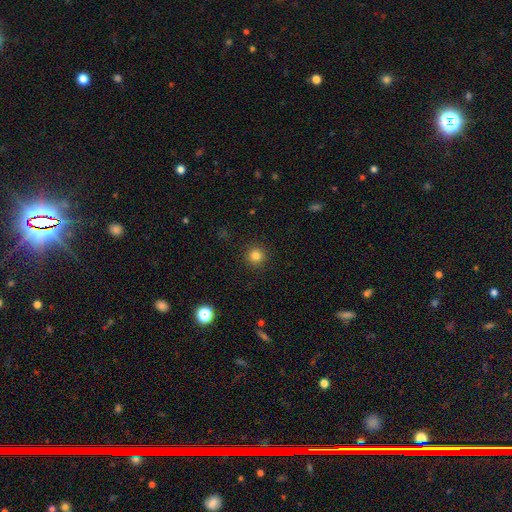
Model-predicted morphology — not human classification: Overall: smooth (82%). How rounded: round (95%). Merging: none (91%).